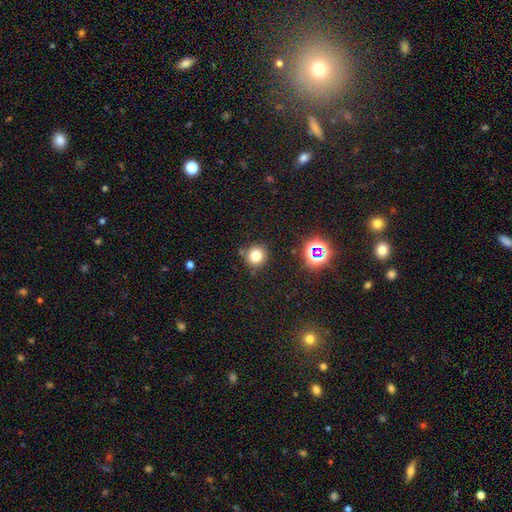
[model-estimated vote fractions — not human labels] smooth-or-featured: smooth: 76% | star or artifact: 18% | featured or disk: 7%
  how-rounded: round: 92% | in between: 7% | cigar-shaped: 1%
  merging: none: 82% | minor disturbance: 10% | merger: 5% | major disturbance: 3%